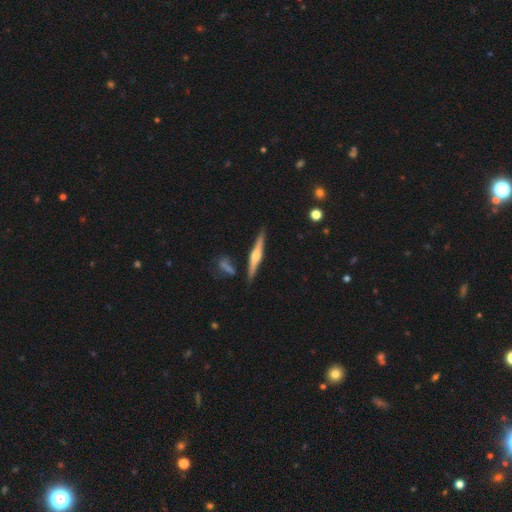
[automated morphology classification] Smooth or featured?
  - featured or disk: 69% *
  - smooth: 25%
  - star or artifact: 6%
Edge-on disk?
  - yes: 97% *
  - no: 3%
Edge-on bulge?
  - rounded: 89% *
  - none: 6%
  - boxy: 5%
Merging?
  - none: 85% *
  - minor disturbance: 9%
  - merger: 4%
  - major disturbance: 2%